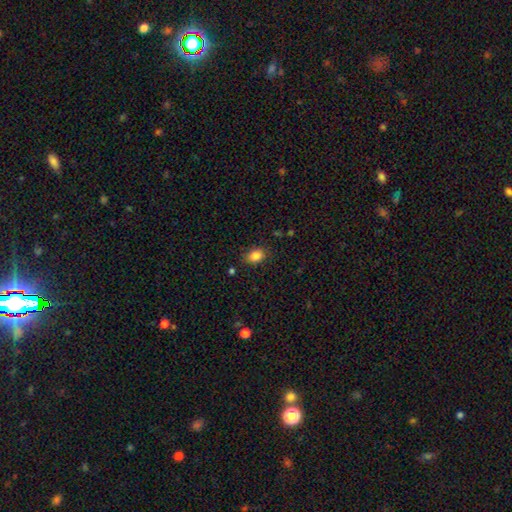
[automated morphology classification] Overall: smooth (86%). How rounded: in between (68%; round 31%). Merging: none (82%).